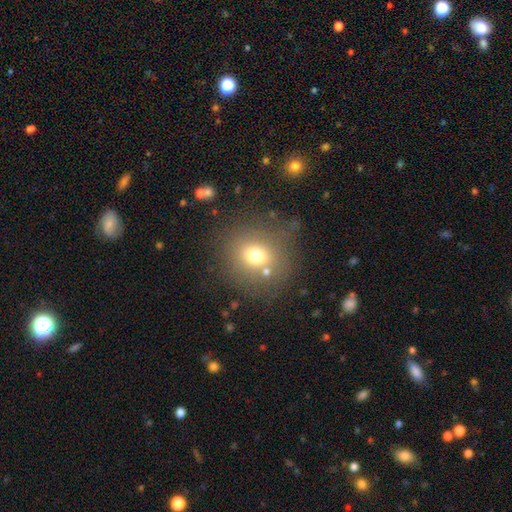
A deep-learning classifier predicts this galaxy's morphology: A smooth galaxy with no disk features (68%) that is round (82%).

Vote fractions:
- Smooth or featured? smooth: 68% / star or artifact: 17% / featured or disk: 15%
- How rounded? round: 82% / in between: 17% / cigar-shaped: 1%
- Merging? none: 71% / minor disturbance: 13% / major disturbance: 8% / merger: 7%